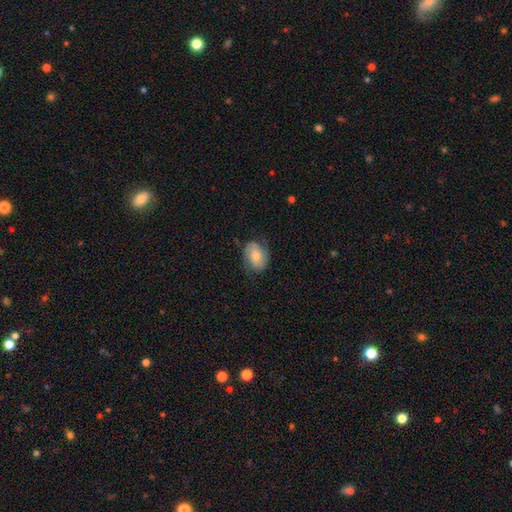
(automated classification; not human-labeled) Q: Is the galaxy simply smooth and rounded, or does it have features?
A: smooth — 56%.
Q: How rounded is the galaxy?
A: in between — 73%.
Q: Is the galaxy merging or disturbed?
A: none — 67%.